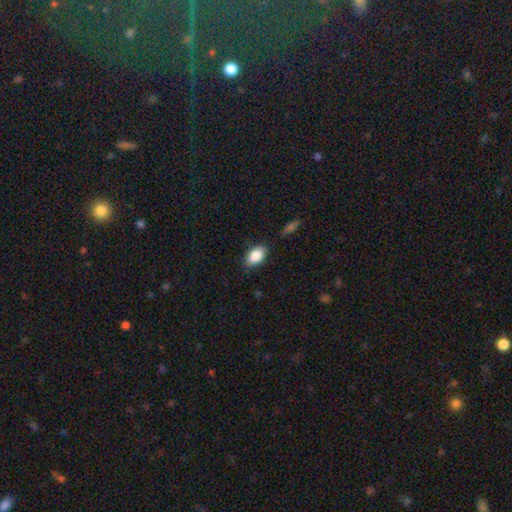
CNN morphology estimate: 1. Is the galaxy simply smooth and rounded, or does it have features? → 86% smooth, 7% star or artifact, 7% featured or disk.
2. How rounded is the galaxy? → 90% in between, 8% round, 2% cigar-shaped.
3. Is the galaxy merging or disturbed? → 81% none, 14% minor disturbance, 3% major disturbance, 2% merger.